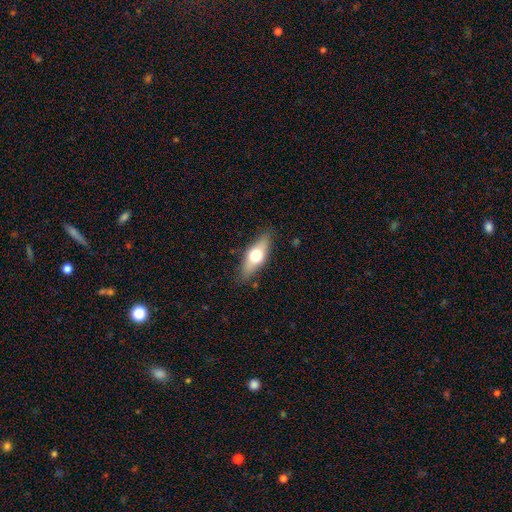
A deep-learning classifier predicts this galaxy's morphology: A smooth galaxy with no disk features (54%) that is in between round and cigar-shaped (64%).

Vote fractions:
- Smooth or featured? smooth: 54% / featured or disk: 39% / star or artifact: 6%
- How rounded? in between: 64% / cigar-shaped: 32% / round: 4%
- Merging? none: 83% / minor disturbance: 13% / major disturbance: 3% / merger: 1%